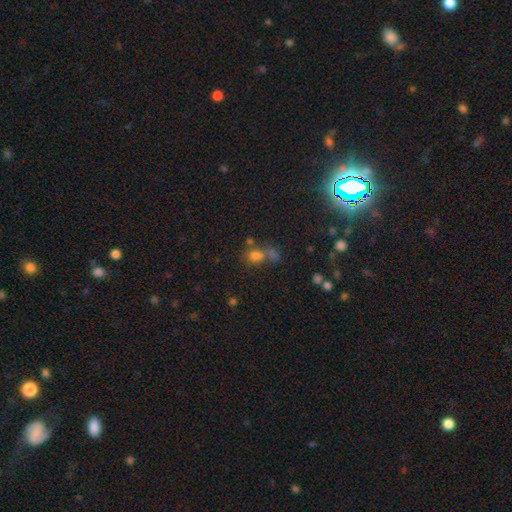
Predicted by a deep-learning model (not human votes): Smooth or featured?
  - smooth: 69% *
  - star or artifact: 21%
  - featured or disk: 10%
How rounded?
  - round: 52% *
  - in between: 46%
  - cigar-shaped: 2%
Merging?
  - merger: 41% * (tied)
  - none: 41% * (tied)
  - minor disturbance: 11%
  - major disturbance: 7%